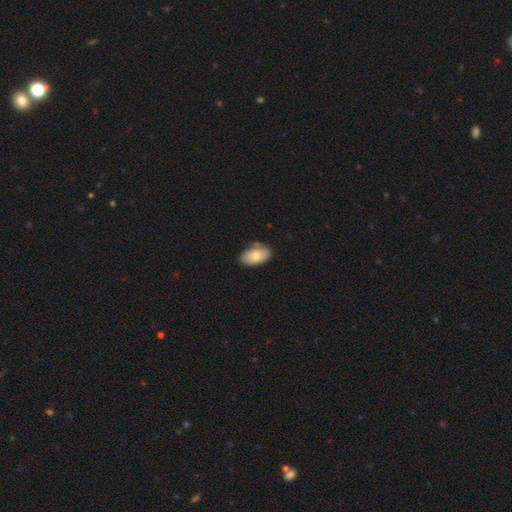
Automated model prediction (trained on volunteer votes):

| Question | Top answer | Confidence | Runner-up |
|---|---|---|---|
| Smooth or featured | smooth | 76% | featured or disk (17%) |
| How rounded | in between | 94% | round (5%) |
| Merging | none | 73% | minor disturbance (19%) |